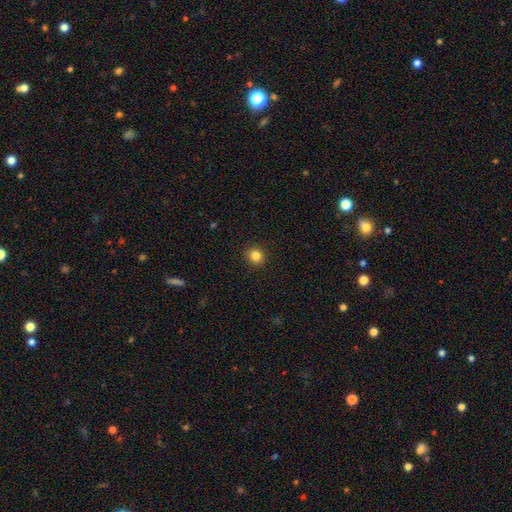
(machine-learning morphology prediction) Overall: smooth (84%). How rounded: round (84%). Merging: none (91%).